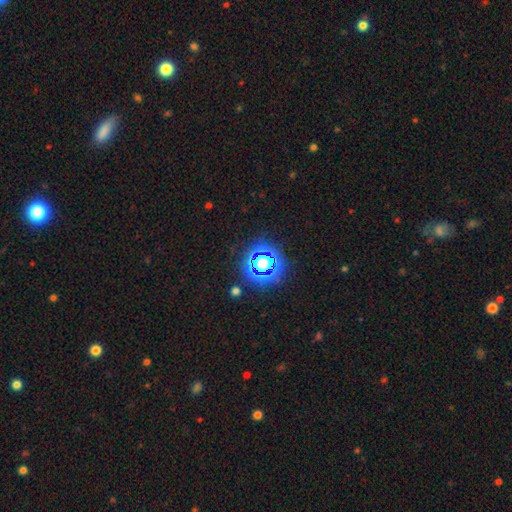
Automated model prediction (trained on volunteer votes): smooth_or_featured: star or artifact (p=0.78) [alt: smooth p=0.16]